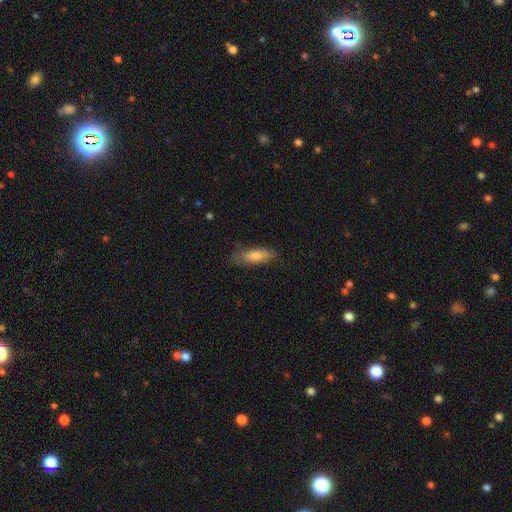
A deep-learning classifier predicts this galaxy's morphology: Smooth or featured?
  - smooth: 78% *
  - featured or disk: 15%
  - star or artifact: 7%
How rounded?
  - in between: 59% *
  - cigar-shaped: 39%
  - round: 2%
Merging?
  - none: 72% *
  - minor disturbance: 22%
  - major disturbance: 5%
  - merger: 2%